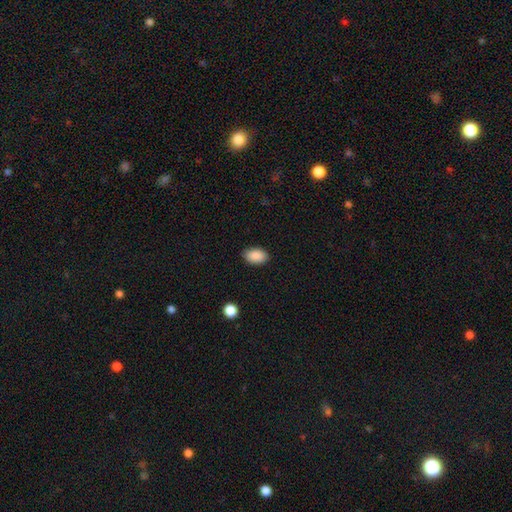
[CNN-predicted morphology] Overall: smooth (90%). How rounded: in between (91%). Merging: none (87%).